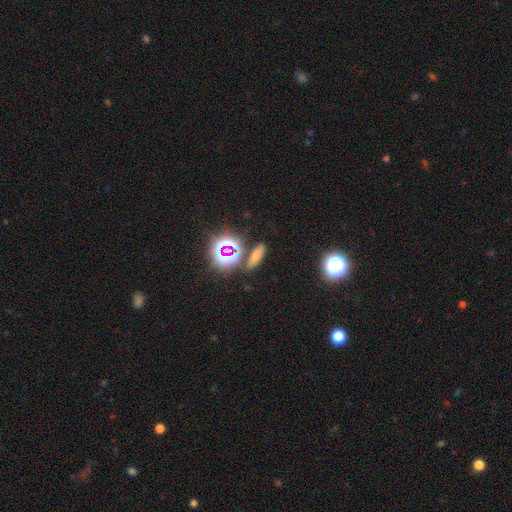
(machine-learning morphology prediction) smooth-or-featured: smooth: 57% | star or artifact: 32% | featured or disk: 10%
  how-rounded: in between: 50% | cigar-shaped: 38% | round: 12%
  merging: none: 80% | minor disturbance: 10% | merger: 7% | major disturbance: 3%